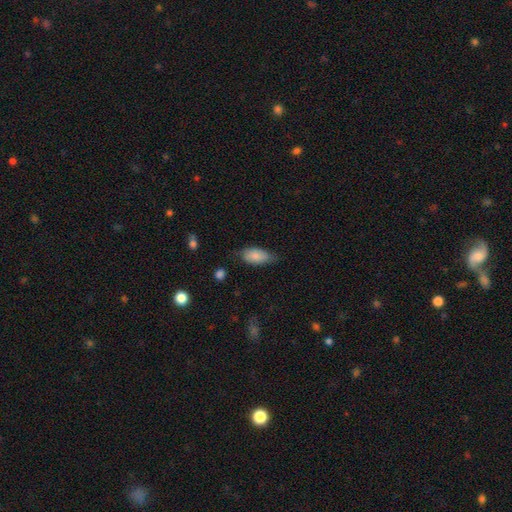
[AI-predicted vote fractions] Morphology: type=smooth (84%); roundness=in between (91%); merging=none (63%).